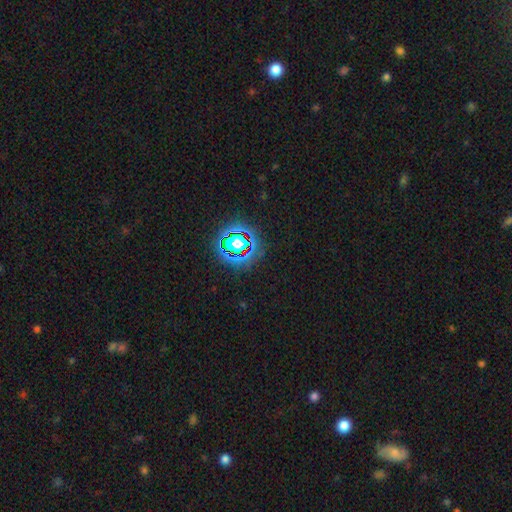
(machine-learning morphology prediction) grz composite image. It shows a star or artifact, not a galaxy (75%).